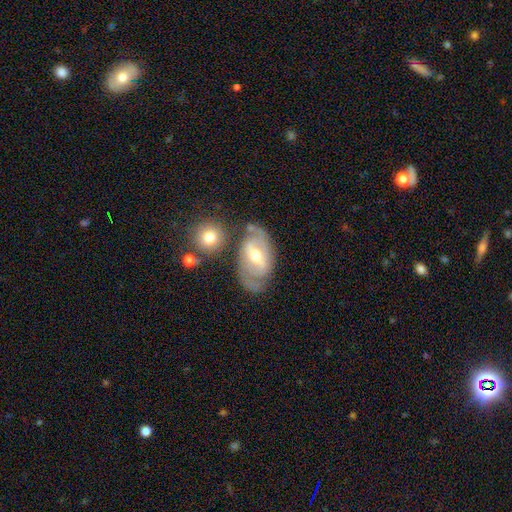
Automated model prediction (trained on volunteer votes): This appears to be a featured or disk galaxy (75%) with a weak bar (49%), 2 (70%) tight (42%, tied with medium) spiral arms (78%) and a moderate central bulge (72%). Merging: none (60%).